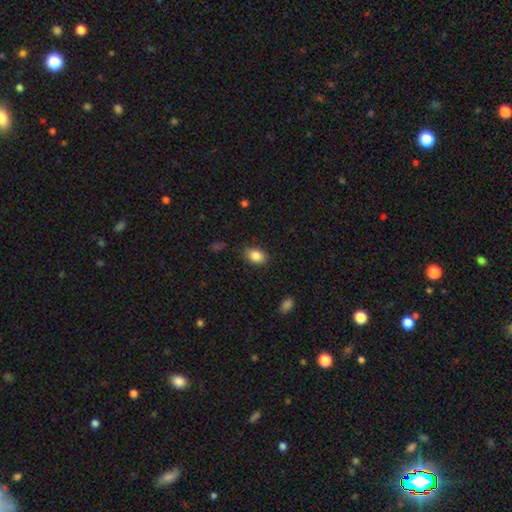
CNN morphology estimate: smooth 86%, star or artifact 9%, featured or disk 5%. Down the decision tree: how rounded — in between (79%); merging — none (80%).